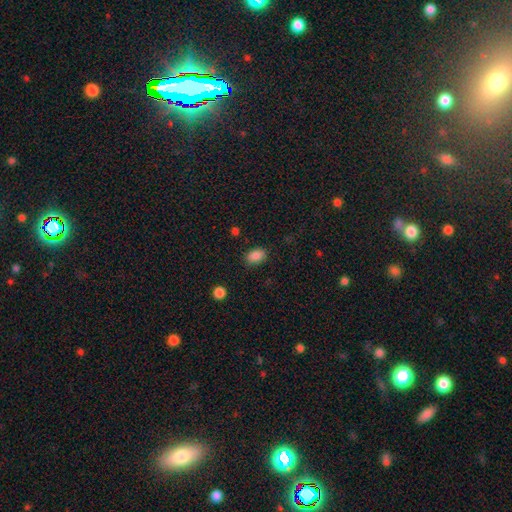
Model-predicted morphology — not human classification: Smooth or featured: smooth — 87% (star or artifact — 9%)
How rounded: in between — 83% (round — 15%)
Merging: none — 85% (minor disturbance — 11%)